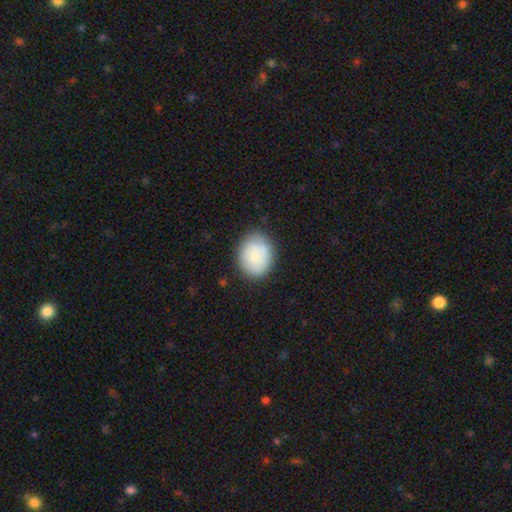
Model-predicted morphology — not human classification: smooth 81%, featured or disk 12%, star or artifact 7%. Down the decision tree: how rounded — round (54%); merging — none (75%).